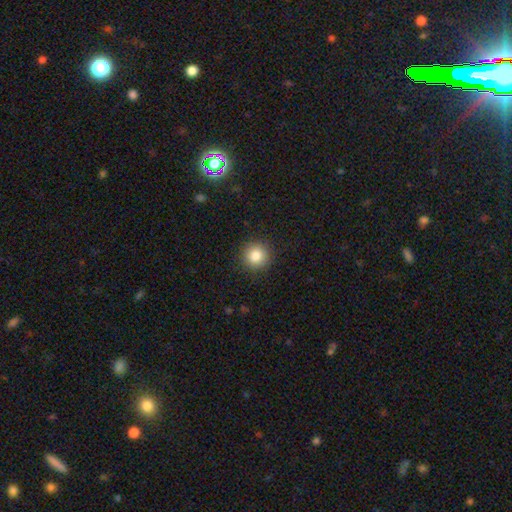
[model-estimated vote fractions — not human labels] smooth 84%, star or artifact 10%, featured or disk 6%. Down the decision tree: how rounded — round (94%); merging — none (90%).